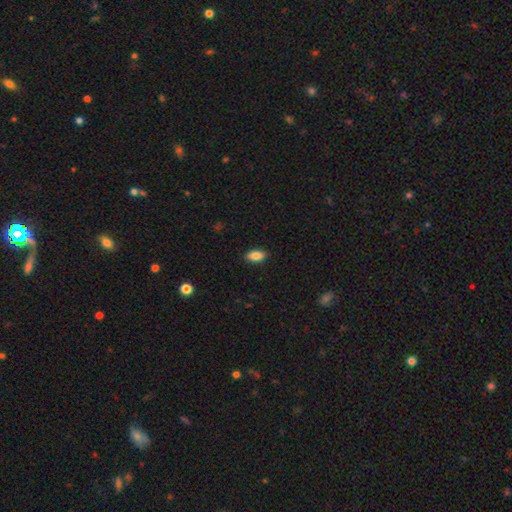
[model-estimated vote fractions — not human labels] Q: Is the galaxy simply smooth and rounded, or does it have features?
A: smooth — 87%.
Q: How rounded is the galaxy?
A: in between — 89%.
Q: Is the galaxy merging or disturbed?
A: none — 88%.